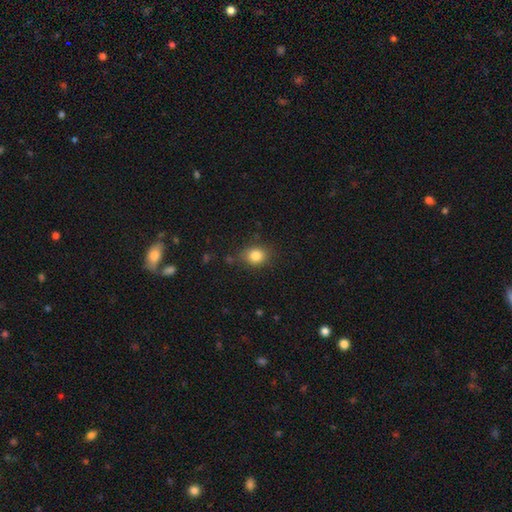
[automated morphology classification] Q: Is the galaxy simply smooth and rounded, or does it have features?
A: smooth — 83%.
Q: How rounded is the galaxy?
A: round — 63%.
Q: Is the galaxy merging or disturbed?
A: none — 80%.